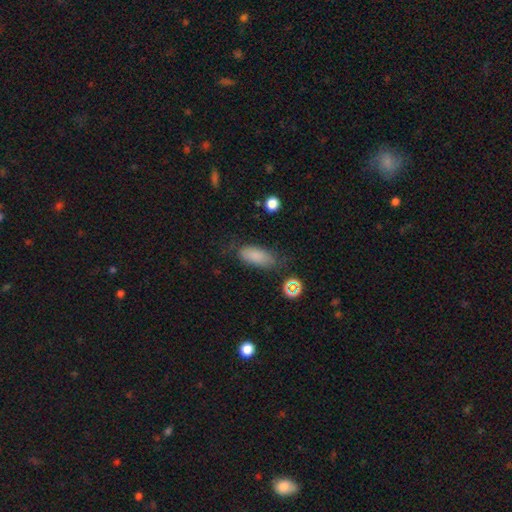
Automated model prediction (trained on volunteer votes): A smooth galaxy with no disk features (81%) that is in between round and cigar-shaped (83%). Merging: none (65%).